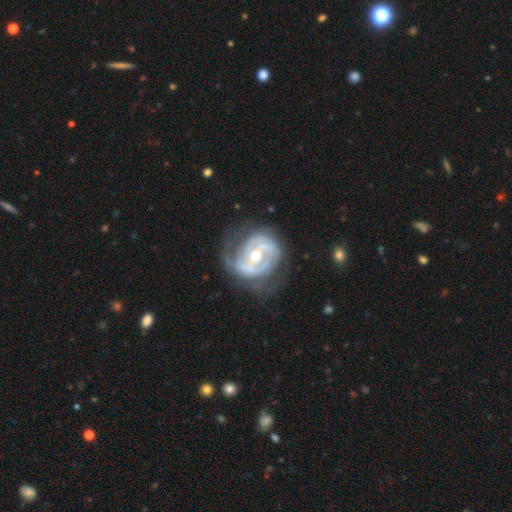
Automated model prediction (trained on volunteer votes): Smooth or featured?
  - featured or disk: 86% *
  - smooth: 9%
  - star or artifact: 5%
Edge-on disk?
  - no: 97% *
  - yes: 3%
Bar?
  - no: 41% *
  - weak: 37%
  - strong: 22%
Spiral arms?
  - yes: 90% *
  - no: 10%
Spiral winding?
  - tight: 54% *
  - medium: 33%
  - loose: 12%
Spiral arm count?
  - 2: 45% *
  - can't tell: 25%
  - 3: 17%
  - 1: 6%
  - 4: 4%
  - more than 4: 3%
Bulge size?
  - moderate: 63% *
  - small: 33%
  - large: 2%
  - none: 1%
  - dominant: 1%
Merging?
  - none: 56% *
  - minor disturbance: 24%
  - major disturbance: 18%
  - merger: 2%